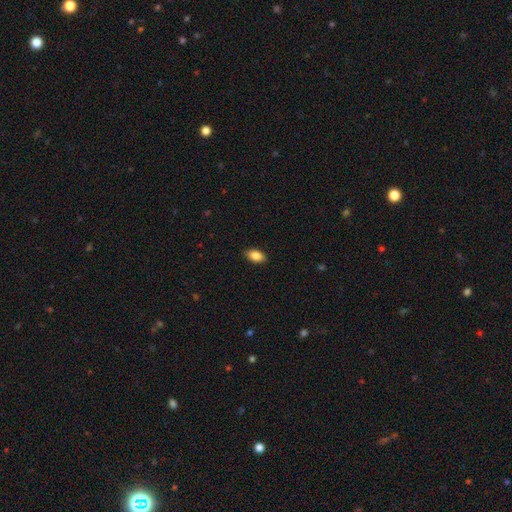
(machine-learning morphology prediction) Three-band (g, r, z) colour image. It shows a smooth galaxy with no disk features (87%) that is in between round and cigar-shaped (92%). Merging: none (88%).